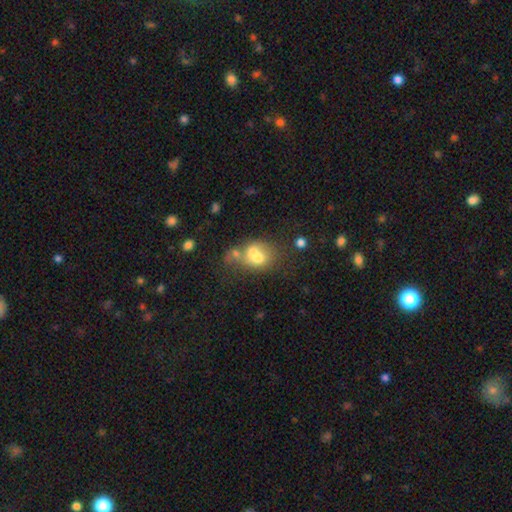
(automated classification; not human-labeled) Q: Smooth or featured?
A: smooth (58%); runner-up: featured or disk (30%)
Q: How rounded?
A: in between (53%); runner-up: round (46%)
Q: Merging?
A: merger (60%); runner-up: none (22%)